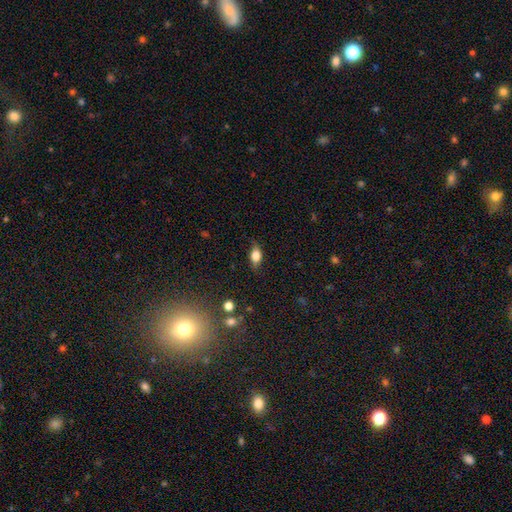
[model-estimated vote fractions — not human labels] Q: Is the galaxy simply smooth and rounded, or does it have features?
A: smooth — 75%.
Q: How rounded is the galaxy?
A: in between — 81%.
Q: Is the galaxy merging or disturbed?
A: none — 77%.